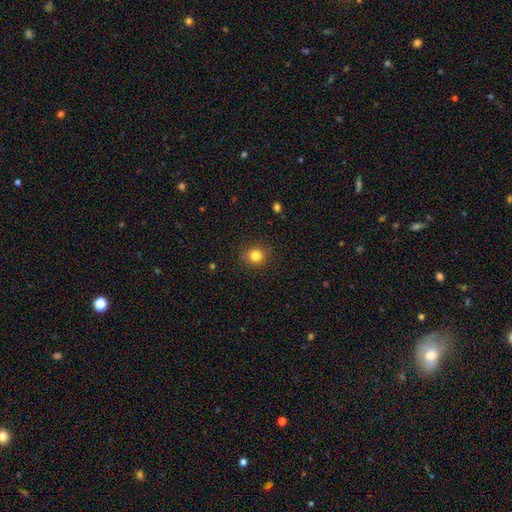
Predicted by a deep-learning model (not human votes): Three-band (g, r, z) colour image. It shows a smooth galaxy with no disk features (82%) that is round (85%). Merging: none (87%).